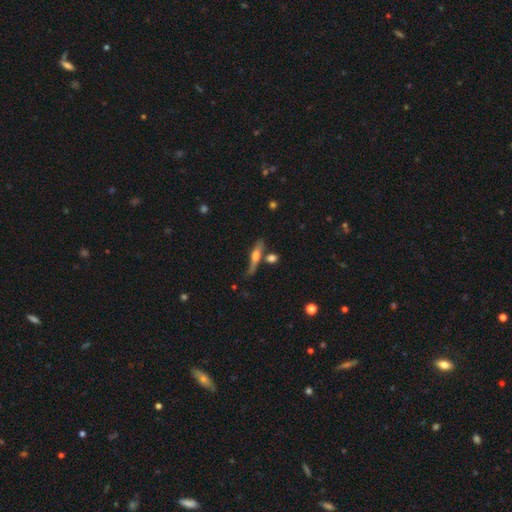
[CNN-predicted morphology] smooth-or-featured: featured or disk: 58% | smooth: 34% | star or artifact: 8%
  disk-edge-on: yes: 92% | no: 8%
    edge-on-bulge: rounded: 81% | boxy: 12% | none: 8%
  merging: none: 62% | minor disturbance: 18% | merger: 13% | major disturbance: 7%